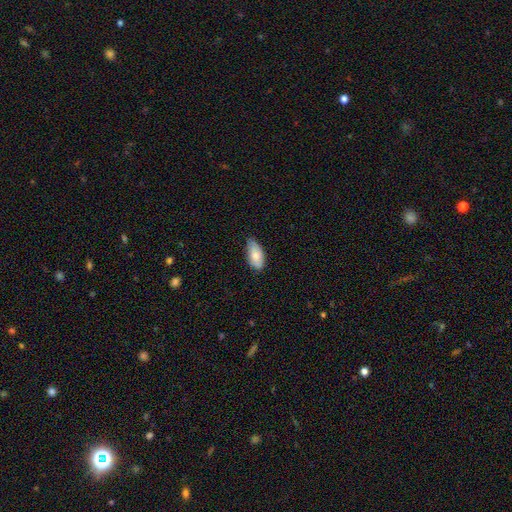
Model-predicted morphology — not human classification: Smooth or featured: smooth — 77% (featured or disk — 17%)
How rounded: in between — 92% (cigar-shaped — 5%)
Merging: none — 69% (minor disturbance — 26%)